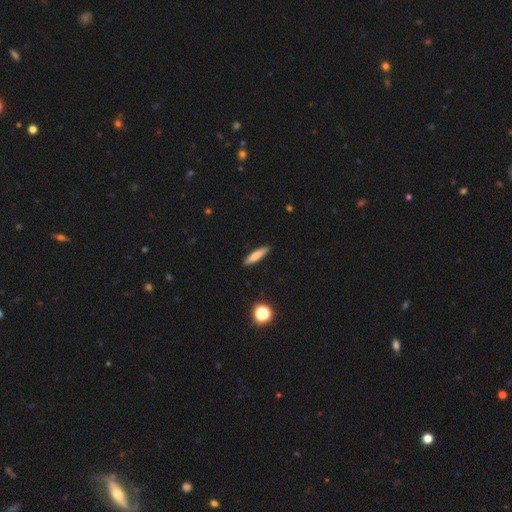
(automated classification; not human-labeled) This appears to be a smooth galaxy with no disk features (71%) that is cigar-shaped (81%). Merging: none (90%).